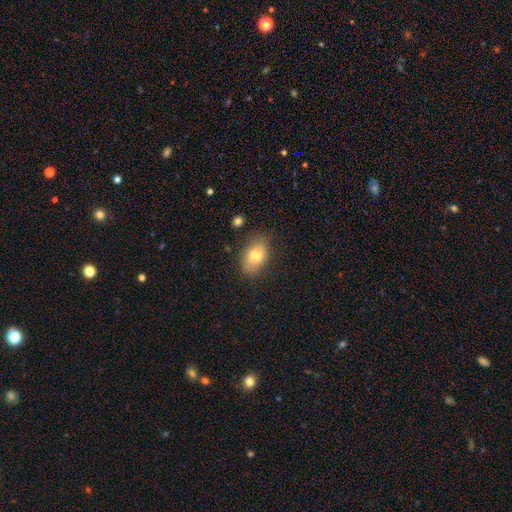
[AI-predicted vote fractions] Morphology: type=smooth (74%); roundness=in between (86%); merging=none (76%).